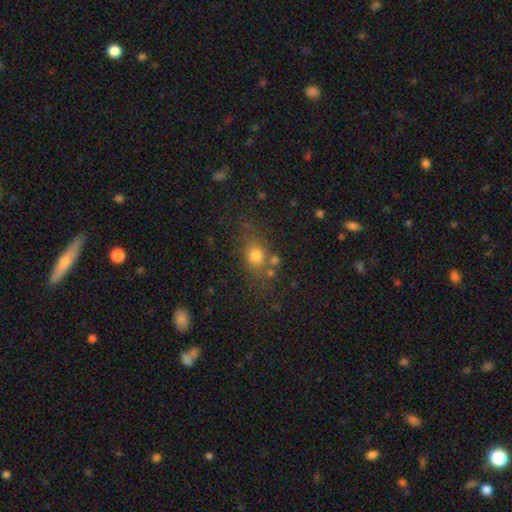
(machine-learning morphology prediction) smooth-or-featured: smooth: 73% | star or artifact: 15% | featured or disk: 12%
  how-rounded: round: 51% | in between: 45% | cigar-shaped: 4%
  merging: none: 66% | minor disturbance: 16% | merger: 11% | major disturbance: 7%